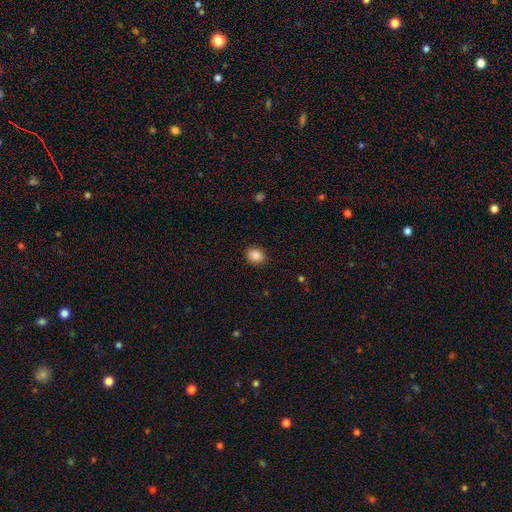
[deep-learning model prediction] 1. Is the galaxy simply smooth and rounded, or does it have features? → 85% smooth, 10% star or artifact, 6% featured or disk.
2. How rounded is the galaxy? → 62% round, 38% in between, 1% cigar-shaped.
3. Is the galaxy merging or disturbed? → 90% none, 7% minor disturbance, 2% major disturbance, 1% merger.